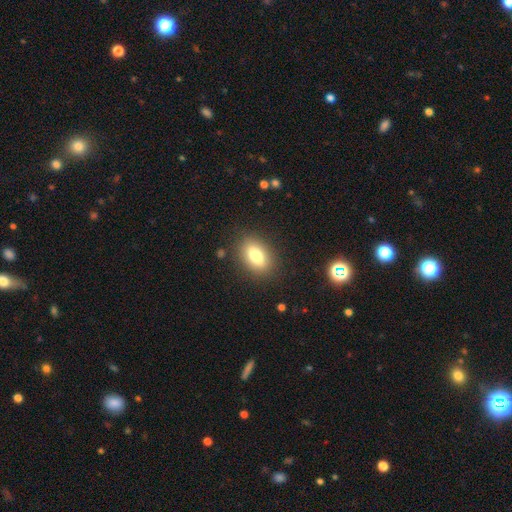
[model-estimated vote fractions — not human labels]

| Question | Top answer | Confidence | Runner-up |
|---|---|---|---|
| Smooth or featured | smooth | 80% | featured or disk (11%) |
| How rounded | in between | 85% | round (12%) |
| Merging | none | 86% | minor disturbance (9%) |